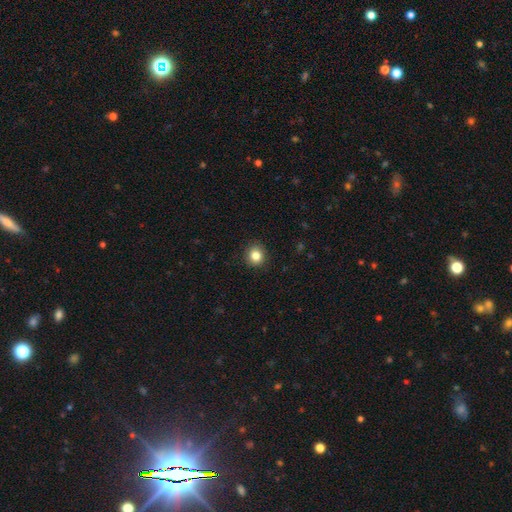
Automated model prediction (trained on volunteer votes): Smooth or featured? smooth (84%)
How rounded? round (86%)
Merging? none (91%)